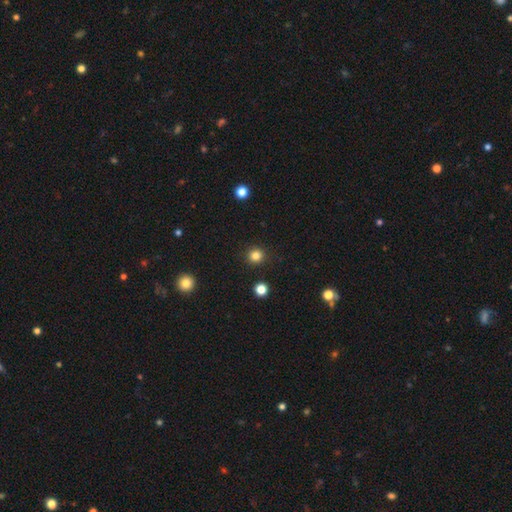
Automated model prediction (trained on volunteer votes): Smooth or featured? smooth (83%)
How rounded? round (93%)
Merging? none (92%)